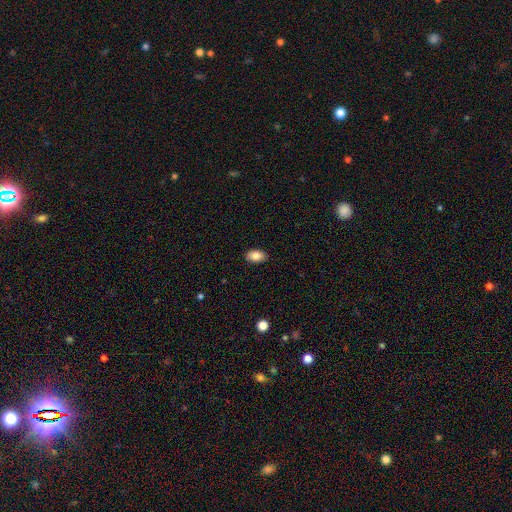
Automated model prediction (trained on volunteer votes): smooth 85%, star or artifact 7%, featured or disk 7%. Down the decision tree: how rounded — in between (91%); merging — none (88%).